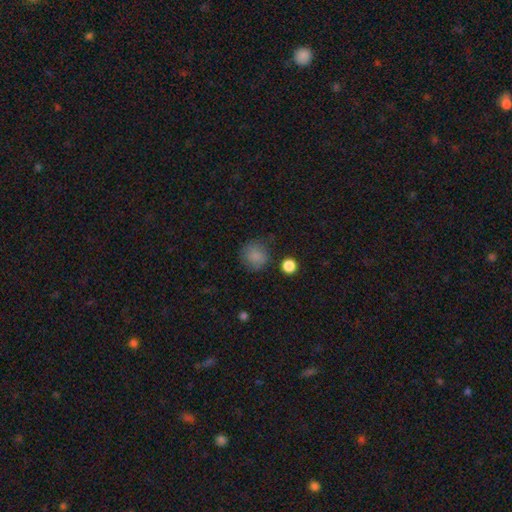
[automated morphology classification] smooth_or_featured: smooth (p=0.83) [alt: star or artifact p=0.11]
how_rounded: round (p=0.88) [alt: in between p=0.11]
merging: none (p=0.75) [alt: minor disturbance p=0.17]